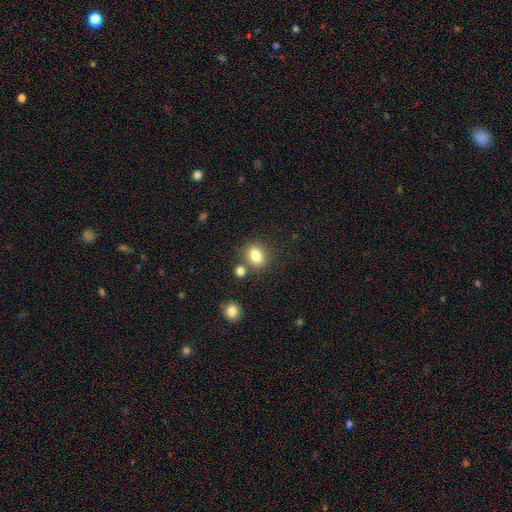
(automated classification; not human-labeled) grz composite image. It shows a smooth galaxy with no disk features (82%) that is in between round and cigar-shaped (66%). Merging: none (70%).